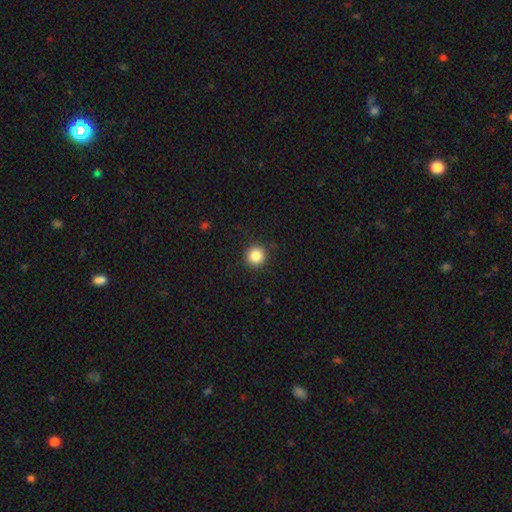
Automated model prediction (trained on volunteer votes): smooth 86%, star or artifact 10%, featured or disk 4%. Down the decision tree: how rounded — round (95%); merging — none (91%).